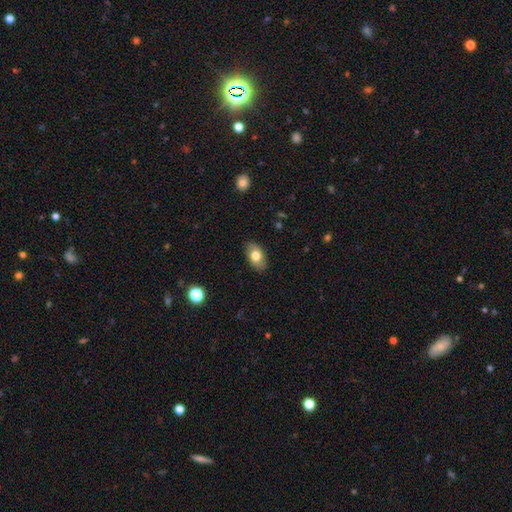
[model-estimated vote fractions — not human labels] smooth-or-featured: smooth: 73% | featured or disk: 20% | star or artifact: 7%
  how-rounded: in between: 92% | round: 7% | cigar-shaped: 2%
  merging: none: 87% | minor disturbance: 10% | major disturbance: 2% | merger: 1%